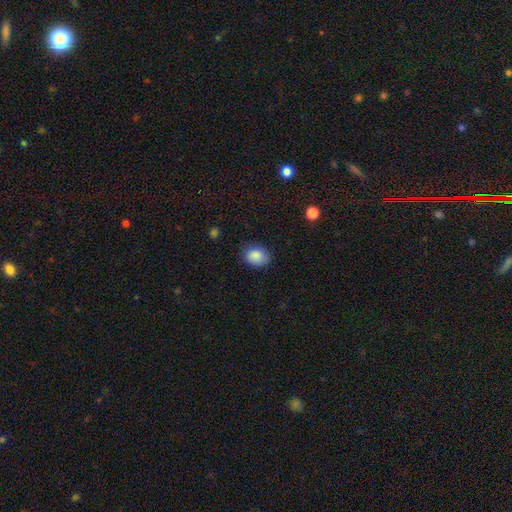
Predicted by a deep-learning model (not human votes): Smooth or featured: smooth — 86% (star or artifact — 8%)
How rounded: in between — 58% (round — 41%)
Merging: none — 79% (minor disturbance — 16%)